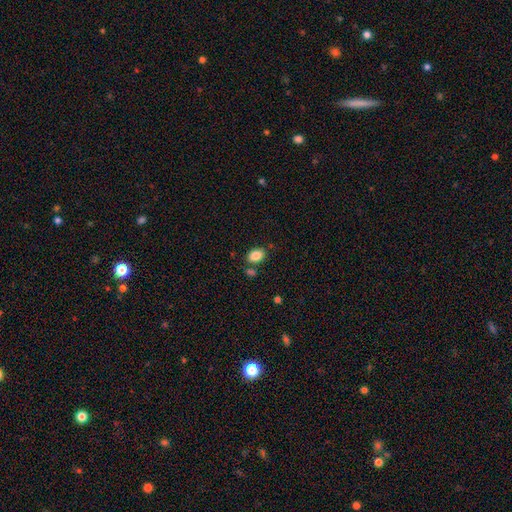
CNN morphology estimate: Smooth or featured: smooth — 86% (star or artifact — 9%)
How rounded: in between — 82% (round — 17%)
Merging: none — 75% (minor disturbance — 12%)